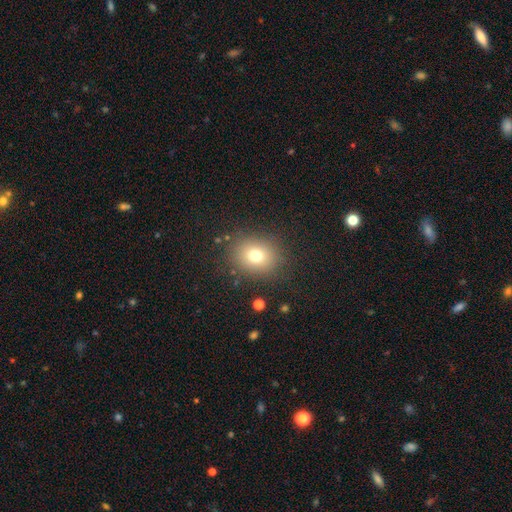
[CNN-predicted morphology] Smooth or featured? Predicted: smooth (p=0.74). How rounded? Predicted: round (p=0.65). Merging? Predicted: none (p=0.85).